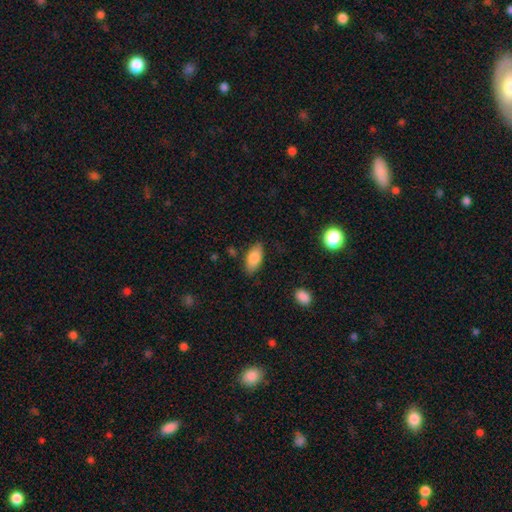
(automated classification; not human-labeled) Smooth or featured: smooth — 82% (featured or disk — 10%)
How rounded: in between — 88% (cigar-shaped — 8%)
Merging: none — 84% (minor disturbance — 12%)